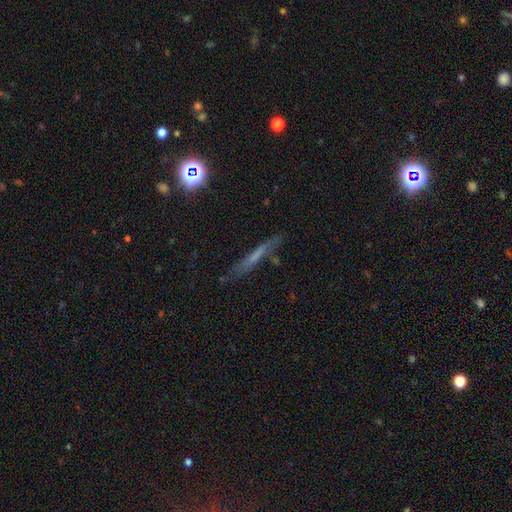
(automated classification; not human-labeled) Q: Smooth or featured?
A: smooth (44%); runner-up: featured or disk (41%)
Q: Merging?
A: none (72%); runner-up: minor disturbance (19%)